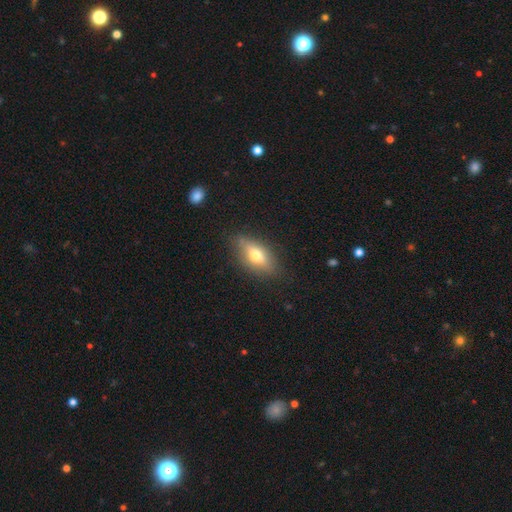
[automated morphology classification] type=smooth (60%); roundness=in between (77%); merging=none (80%).